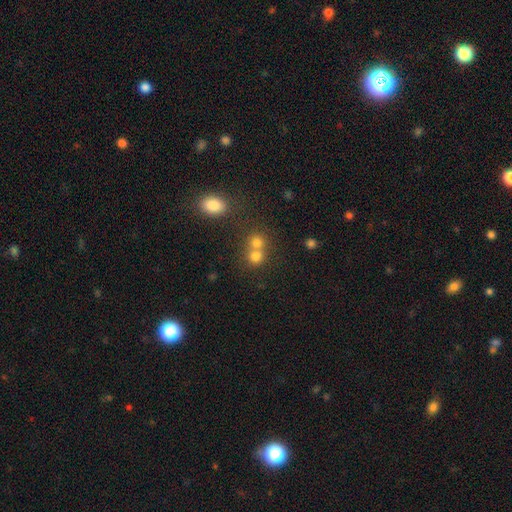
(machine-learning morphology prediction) Q: Smooth or featured?
A: smooth (76%); runner-up: star or artifact (15%)
Q: How rounded?
A: round (81%); runner-up: in between (18%)
Q: Merging?
A: merger (52%); runner-up: none (40%)